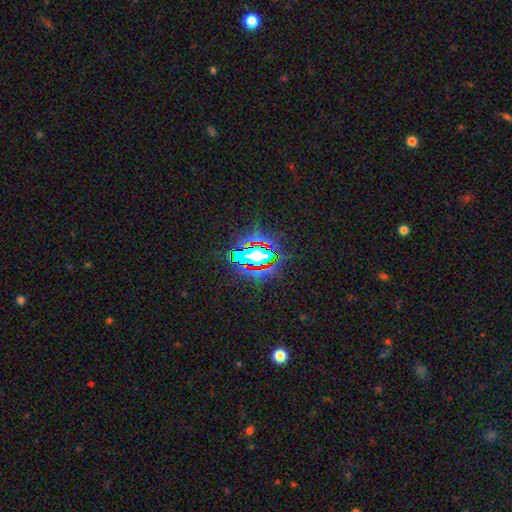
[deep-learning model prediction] Smooth or featured?
  - star or artifact: 73% *
  - smooth: 15%
  - featured or disk: 12%